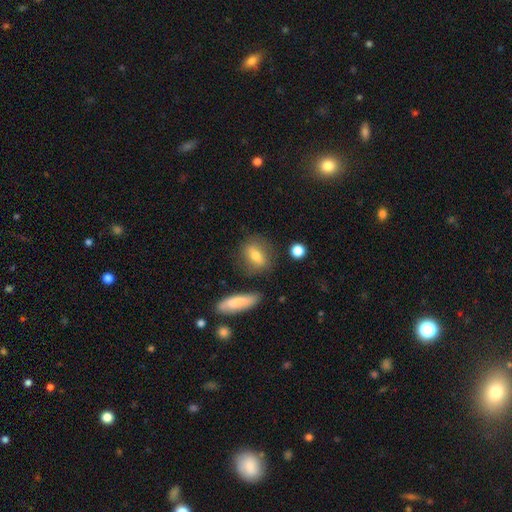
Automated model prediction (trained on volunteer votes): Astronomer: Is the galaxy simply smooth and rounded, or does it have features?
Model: smooth — 67%.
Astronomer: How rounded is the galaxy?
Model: in between — 61%.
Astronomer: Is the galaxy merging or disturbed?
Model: none — 76%.